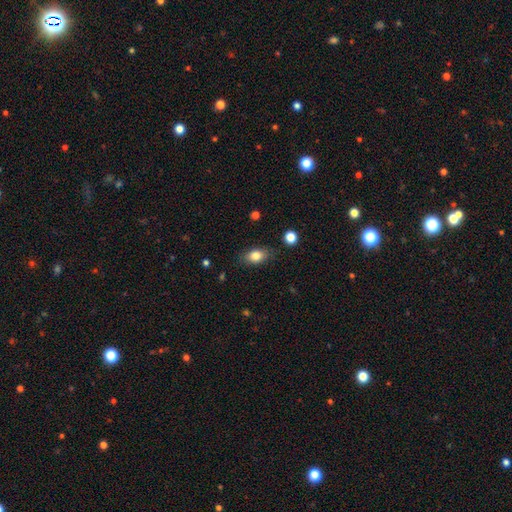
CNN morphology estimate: Smooth or featured?
  - smooth: 83% *
  - featured or disk: 9%
  - star or artifact: 8%
How rounded?
  - in between: 84% *
  - round: 13%
  - cigar-shaped: 4%
Merging?
  - none: 82% *
  - minor disturbance: 13%
  - major disturbance: 3%
  - merger: 1%